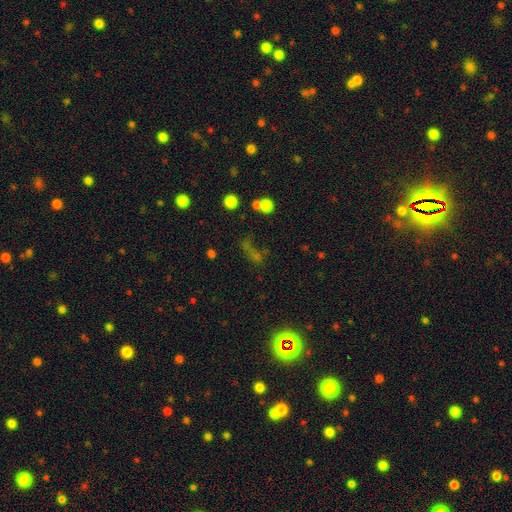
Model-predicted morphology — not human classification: smooth_or_featured: star or artifact (p=0.47) [alt: smooth p=0.37]